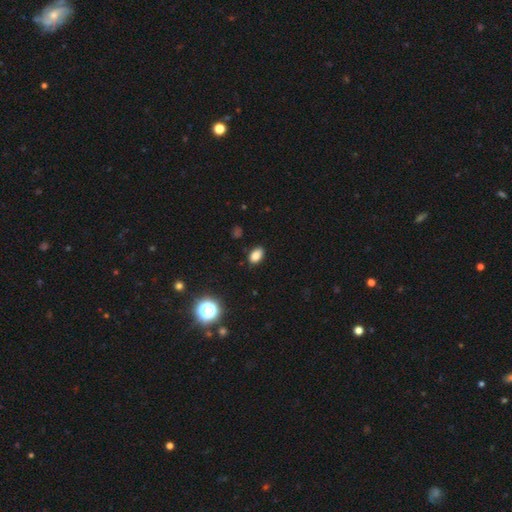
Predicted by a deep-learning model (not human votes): Smooth or featured? smooth (83%)
How rounded? in between (87%)
Merging? none (86%)